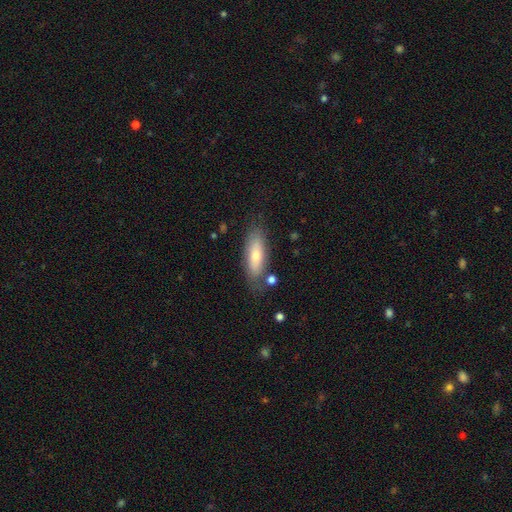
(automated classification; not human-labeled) Smooth or featured? smooth (66%)
How rounded? in between (58%)
Merging? none (76%)